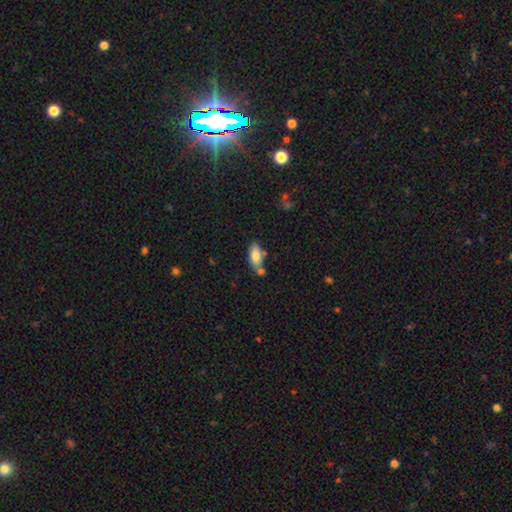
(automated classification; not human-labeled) Smooth or featured: smooth — 80% (featured or disk — 13%)
How rounded: in between — 84% (cigar-shaped — 14%)
Merging: none — 59% (merger — 19%)